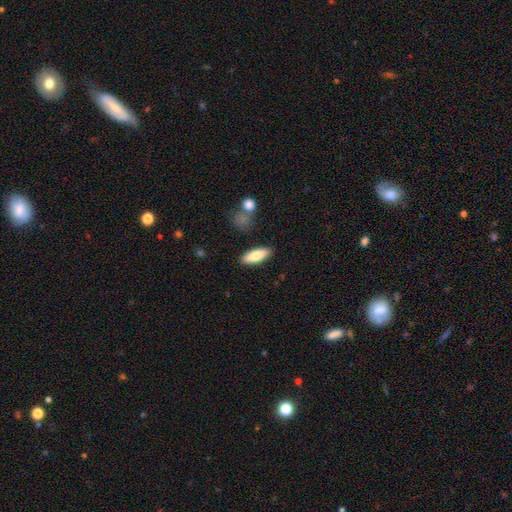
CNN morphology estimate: Q: Smooth or featured?
A: smooth (78%); runner-up: featured or disk (16%)
Q: How rounded?
A: in between (66%); runner-up: cigar-shaped (32%)
Q: Merging?
A: none (86%); runner-up: minor disturbance (9%)